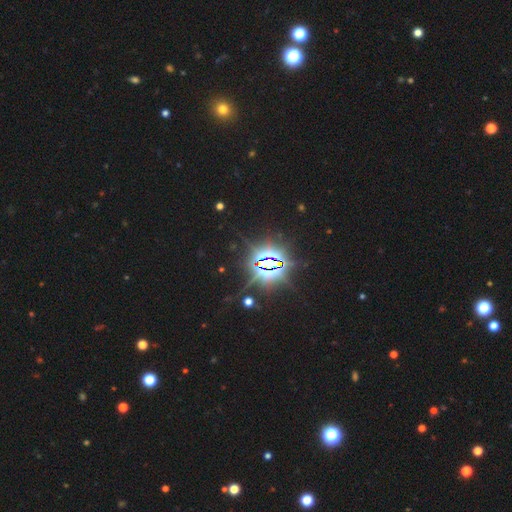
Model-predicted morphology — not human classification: Smooth or featured? Predicted: star or artifact (p=0.86).